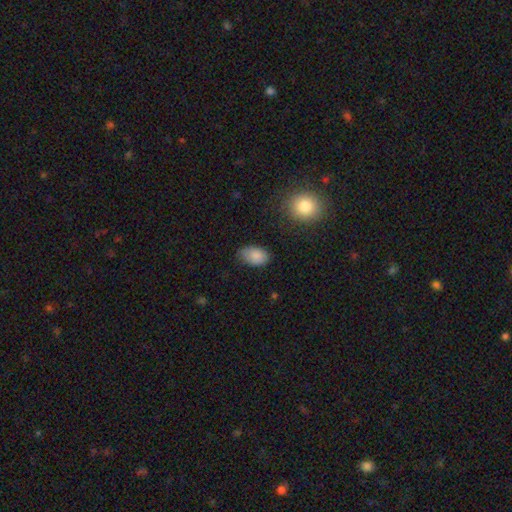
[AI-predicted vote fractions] smooth-or-featured: smooth: 86% | star or artifact: 8% | featured or disk: 6%
  how-rounded: in between: 91% | round: 8% | cigar-shaped: 1%
  merging: none: 72% | minor disturbance: 22% | major disturbance: 4% | merger: 2%